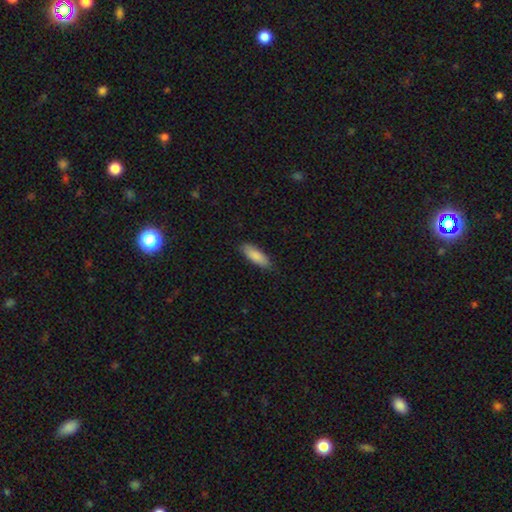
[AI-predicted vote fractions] smooth_or_featured: smooth (p=0.88) [alt: featured or disk p=0.07]
how_rounded: in between (p=0.61) [alt: cigar-shaped p=0.38]
merging: none (p=0.85) [alt: minor disturbance p=0.11]